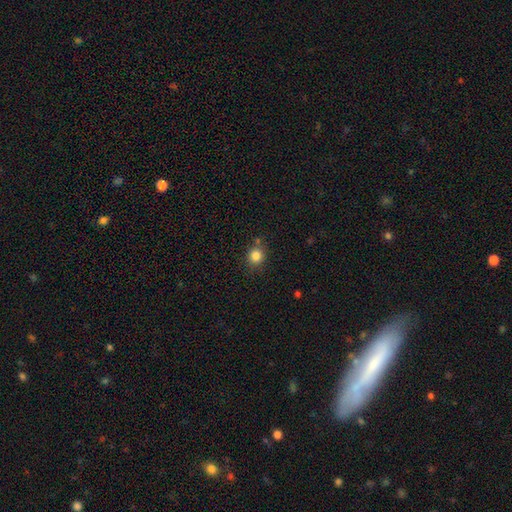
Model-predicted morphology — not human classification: Smooth or featured? Predicted: smooth (p=0.83). How rounded? Predicted: round (p=0.85). Merging? Predicted: none (p=0.80).